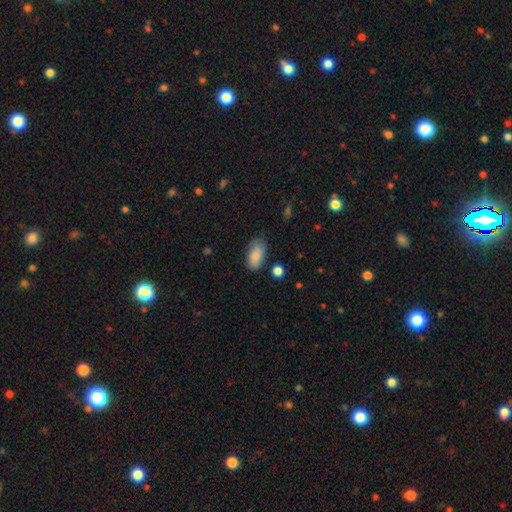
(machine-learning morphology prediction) Overall: smooth (86%). How rounded: in between (91%). Merging: none (69%).